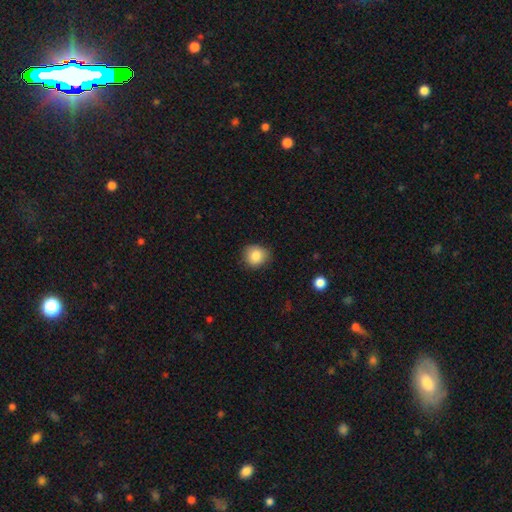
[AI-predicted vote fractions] Morphology: type=smooth (86%); roundness=round (81%); merging=none (81%).